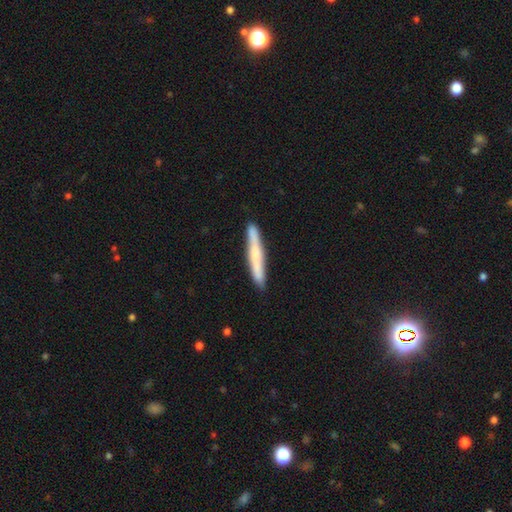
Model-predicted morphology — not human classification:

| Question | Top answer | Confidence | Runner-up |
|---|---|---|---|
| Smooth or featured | smooth | 51% | featured or disk (43%) |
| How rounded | cigar-shaped | 95% | in between (3%) |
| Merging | none | 86% | minor disturbance (10%) |